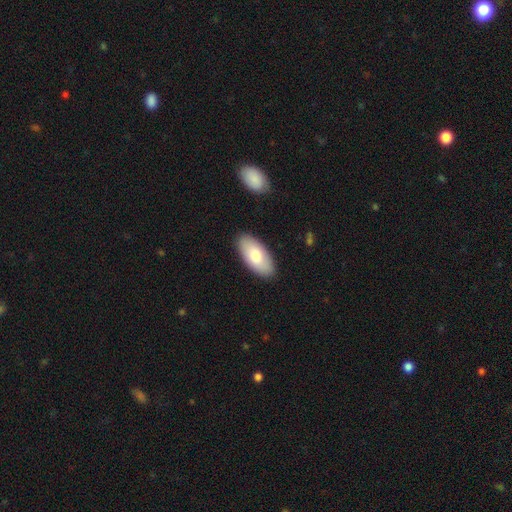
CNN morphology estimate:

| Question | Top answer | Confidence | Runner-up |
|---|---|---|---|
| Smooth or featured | smooth | 75% | featured or disk (19%) |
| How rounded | in between | 93% | cigar-shaped (5%) |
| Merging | none | 89% | minor disturbance (8%) |